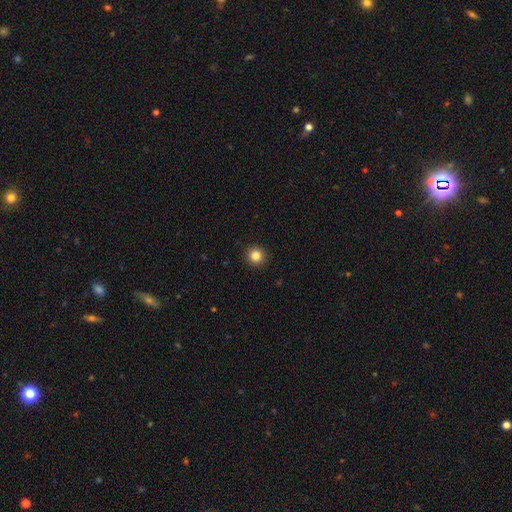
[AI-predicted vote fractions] Q: Smooth or featured?
A: smooth (84%); runner-up: star or artifact (11%)
Q: How rounded?
A: round (94%); runner-up: in between (5%)
Q: Merging?
A: none (93%); runner-up: minor disturbance (5%)